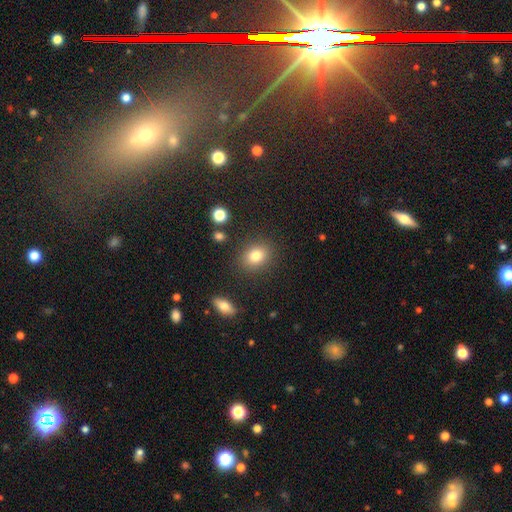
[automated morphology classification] smooth-or-featured: smooth: 81% | star or artifact: 11% | featured or disk: 8%
  how-rounded: round: 51% | in between: 48% | cigar-shaped: 1%
  merging: none: 86% | minor disturbance: 9% | major disturbance: 3% | merger: 2%